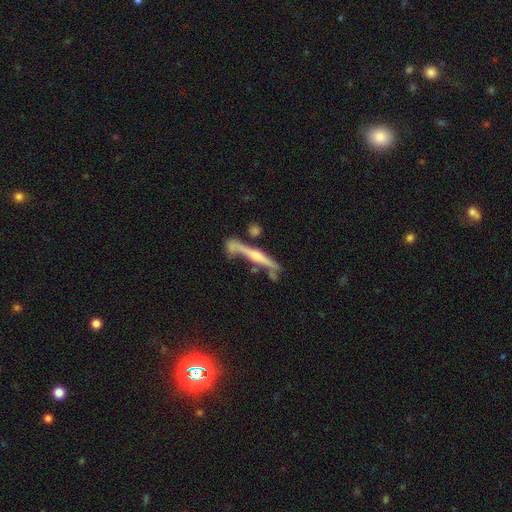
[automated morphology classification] A featured or disk galaxy (71%) viewed edge-on (94%) with a rounded central bulge (72%). Merging: none (61%).